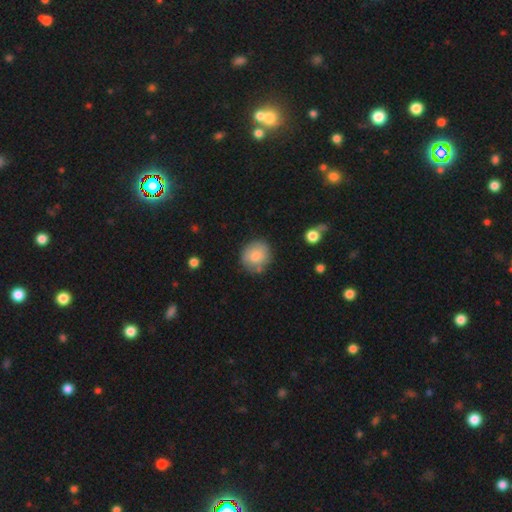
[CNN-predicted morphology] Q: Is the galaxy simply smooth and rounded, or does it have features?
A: smooth — 80%.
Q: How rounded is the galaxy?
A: round — 77%.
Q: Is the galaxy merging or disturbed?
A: none — 73%.